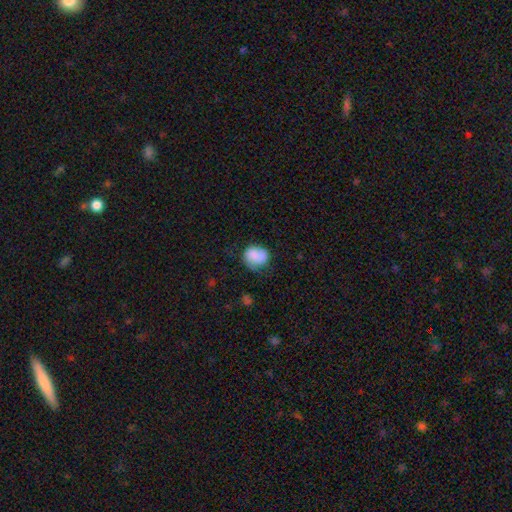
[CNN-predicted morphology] This appears to be a smooth galaxy with no disk features (74%) that is round (66%). Merging: none (56%).